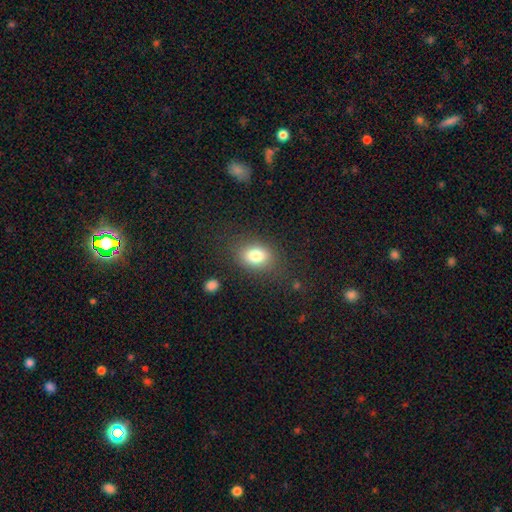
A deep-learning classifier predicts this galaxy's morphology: smooth 81%, star or artifact 10%, featured or disk 10%. Down the decision tree: how rounded — in between (67%); merging — none (80%).